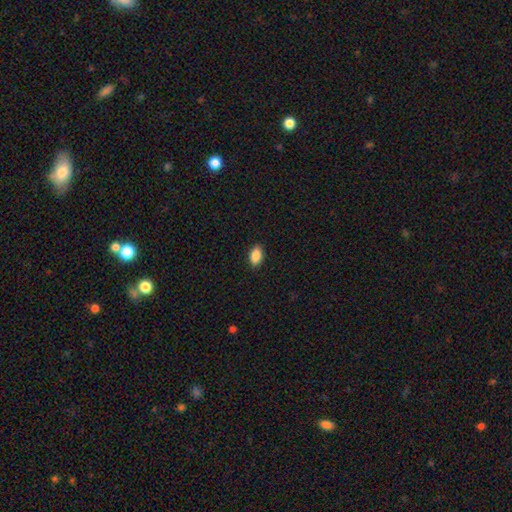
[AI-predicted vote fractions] Smooth or featured: smooth — 88% (star or artifact — 7%)
How rounded: in between — 91% (round — 6%)
Merging: none — 89% (minor disturbance — 8%)